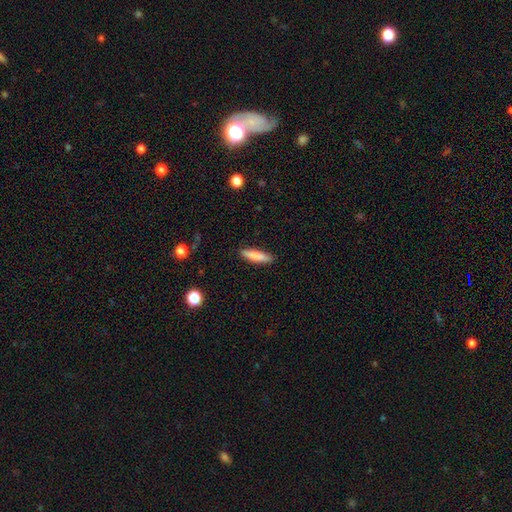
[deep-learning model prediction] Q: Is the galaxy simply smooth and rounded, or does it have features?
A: smooth — 83%.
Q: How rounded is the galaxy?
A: cigar-shaped — 79%.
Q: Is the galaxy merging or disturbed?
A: none — 89%.